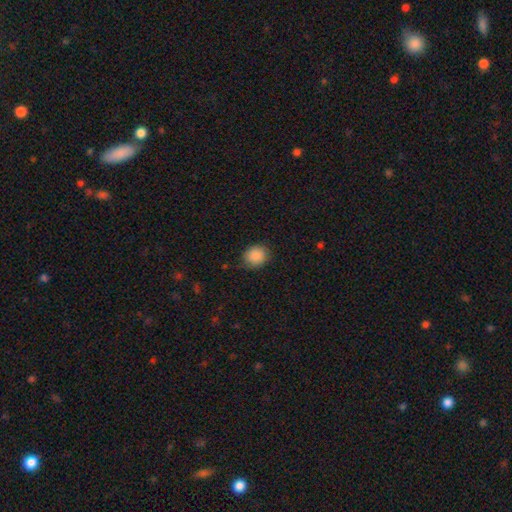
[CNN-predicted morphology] Q: Smooth or featured?
A: smooth (88%); runner-up: star or artifact (8%)
Q: How rounded?
A: round (73%); runner-up: in between (26%)
Q: Merging?
A: none (78%); runner-up: minor disturbance (18%)